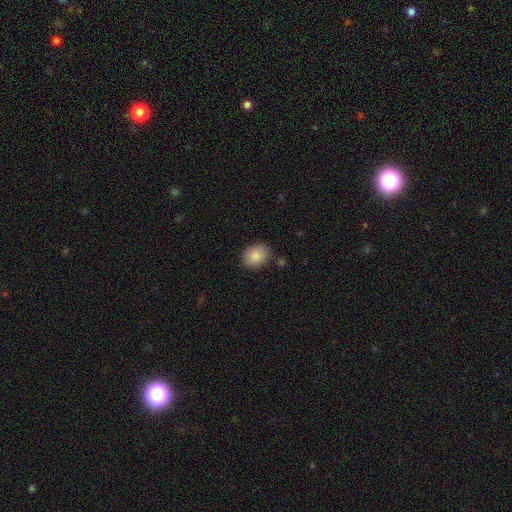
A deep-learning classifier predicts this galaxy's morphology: smooth-or-featured: smooth: 87% | star or artifact: 7% | featured or disk: 6%
  how-rounded: in between: 61% | round: 38% | cigar-shaped: 1%
  merging: none: 82% | minor disturbance: 13% | major disturbance: 3% | merger: 3%